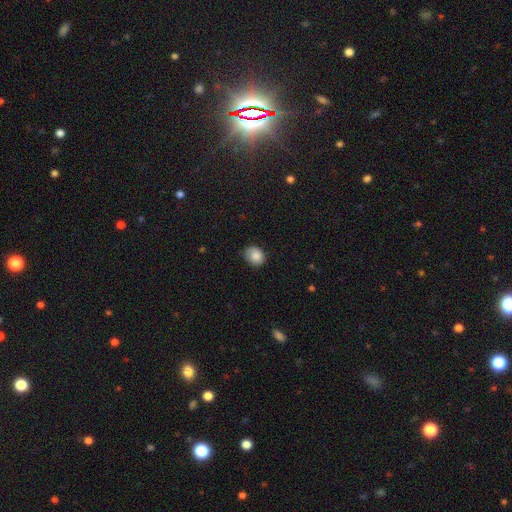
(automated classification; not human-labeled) smooth_or_featured: smooth (p=0.85) [alt: star or artifact p=0.08]
how_rounded: round (p=0.56) [alt: in between p=0.43]
merging: none (p=0.75) [alt: minor disturbance p=0.20]